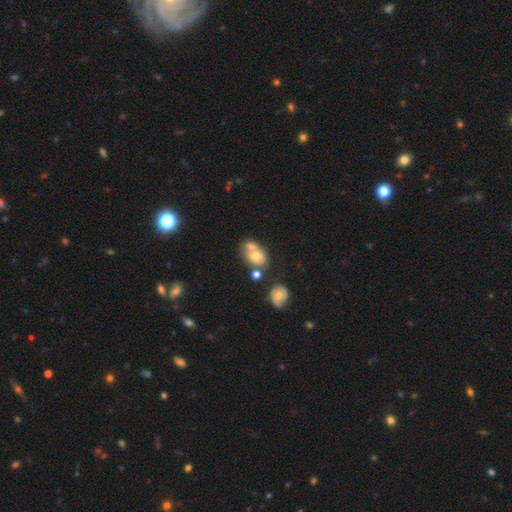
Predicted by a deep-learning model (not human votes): Morphology: type=smooth (61%); roundness=in between (62%); merging=merger (50%).